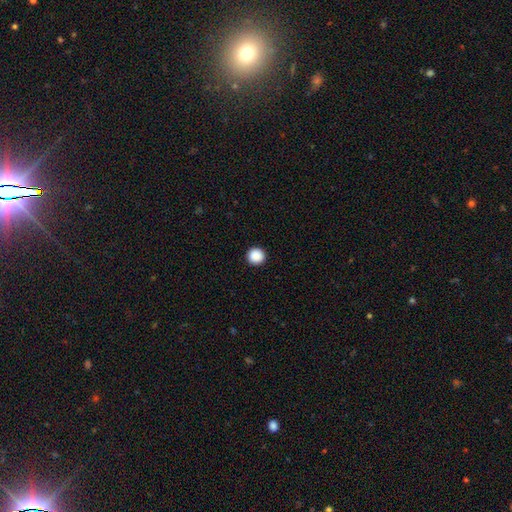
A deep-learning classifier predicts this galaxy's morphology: This is clearly a smooth galaxy (89%). How rounded: clearly round (95%). Merging: clearly none (94%).